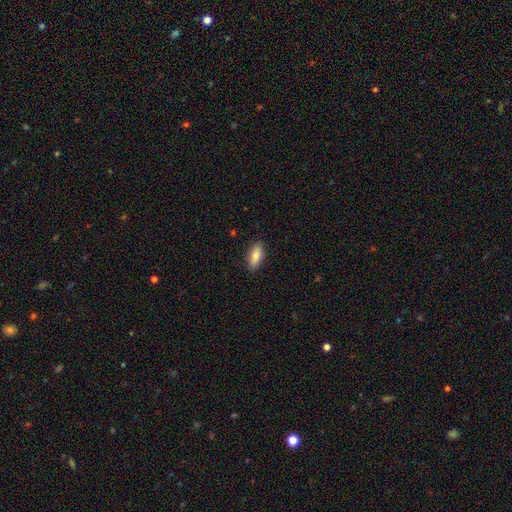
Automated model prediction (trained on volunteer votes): A smooth galaxy with no disk features (81%) that is in between round and cigar-shaped (77%). Merging: none (87%).